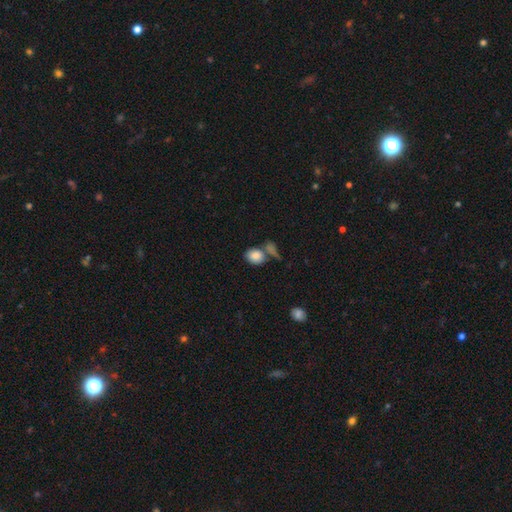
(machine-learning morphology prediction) smooth-or-featured: smooth: 84% | featured or disk: 8% | star or artifact: 8%
  how-rounded: in between: 62% | round: 36% | cigar-shaped: 2%
  merging: none: 51% | merger: 30% | minor disturbance: 14% | major disturbance: 6%